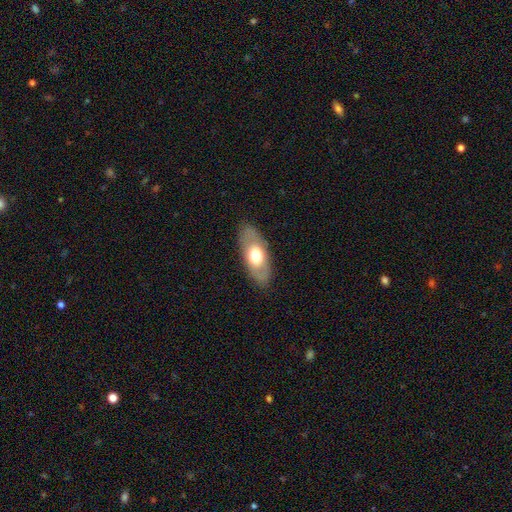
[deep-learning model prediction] Smooth or featured: smooth — 54% (featured or disk — 40%)
How rounded: in between — 86% (cigar-shaped — 9%)
Merging: none — 84% (minor disturbance — 12%)